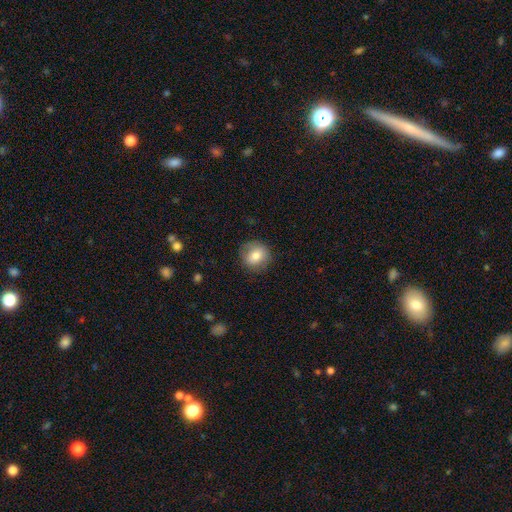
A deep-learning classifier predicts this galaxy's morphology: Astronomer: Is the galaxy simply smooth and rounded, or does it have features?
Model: smooth — 76%.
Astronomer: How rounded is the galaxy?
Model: round — 82%.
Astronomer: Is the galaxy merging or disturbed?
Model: none — 79%.